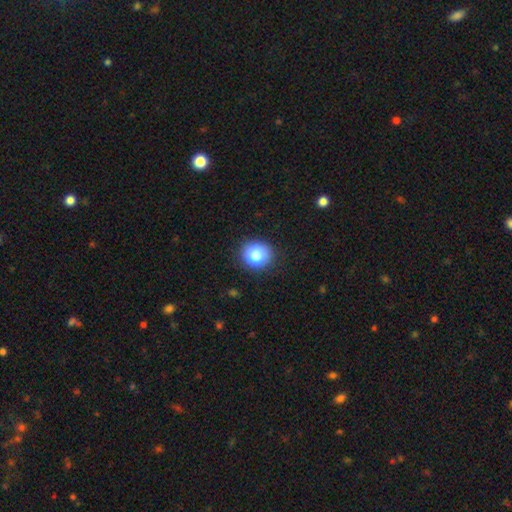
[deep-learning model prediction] smooth_or_featured: smooth (p=0.84) [alt: star or artifact p=0.09]
how_rounded: round (p=0.80) [alt: in between p=0.20]
merging: none (p=0.88) [alt: minor disturbance p=0.09]